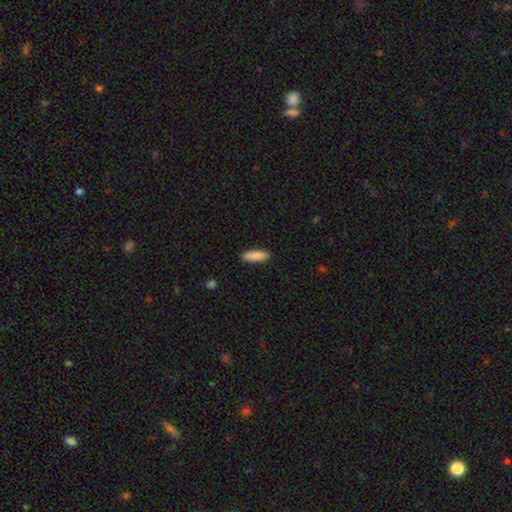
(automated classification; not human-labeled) Overall: smooth (88%). How rounded: cigar-shaped (63%; in between 36%). Merging: none (90%).